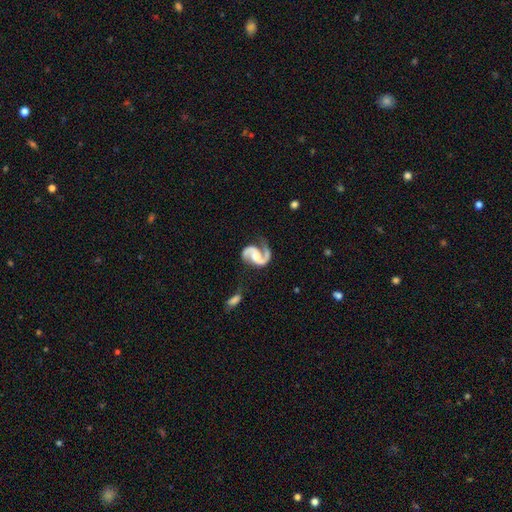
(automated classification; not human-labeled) A featured or disk galaxy (93%) with no bar (51%), 2 (93%) medium (57%) spiral arms (98%) and a moderate central bulge (40%). Merging: none (66%).